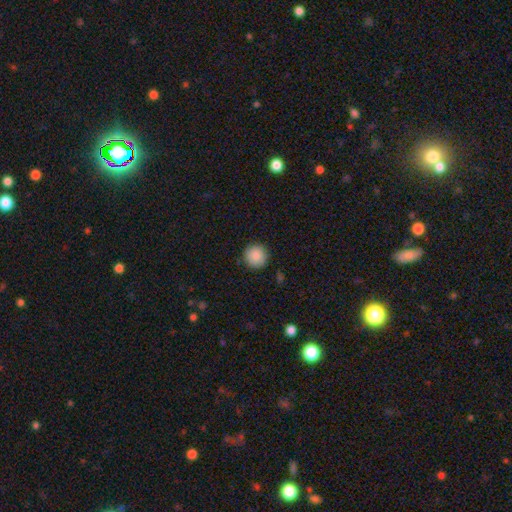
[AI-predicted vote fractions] A smooth galaxy with no disk features (88%) that is round (95%). Merging: none (91%).